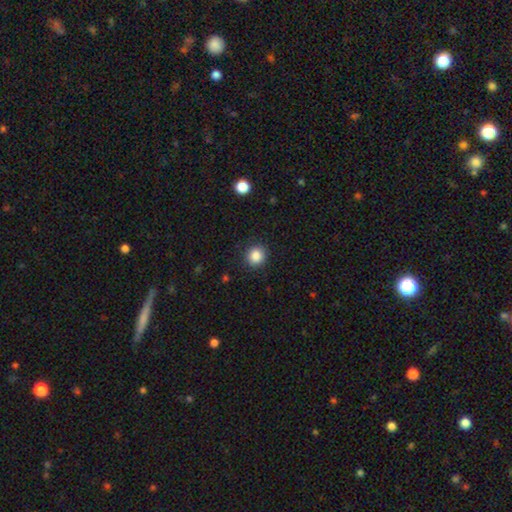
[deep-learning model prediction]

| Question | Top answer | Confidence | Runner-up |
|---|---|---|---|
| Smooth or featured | smooth | 86% | star or artifact (10%) |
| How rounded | round | 87% | in between (12%) |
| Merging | none | 89% | minor disturbance (7%) |